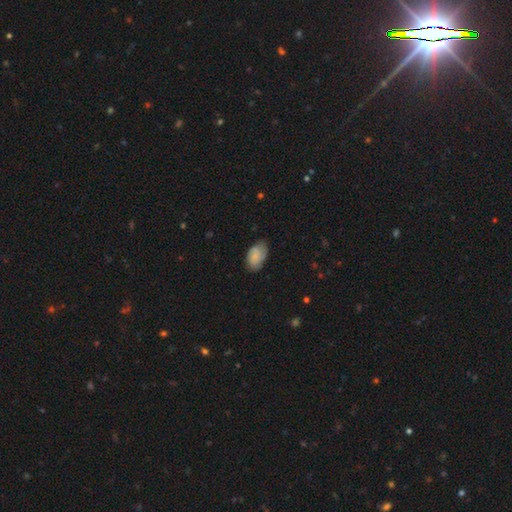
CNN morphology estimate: type=smooth (63%); roundness=in between (92%); merging=none (64%).